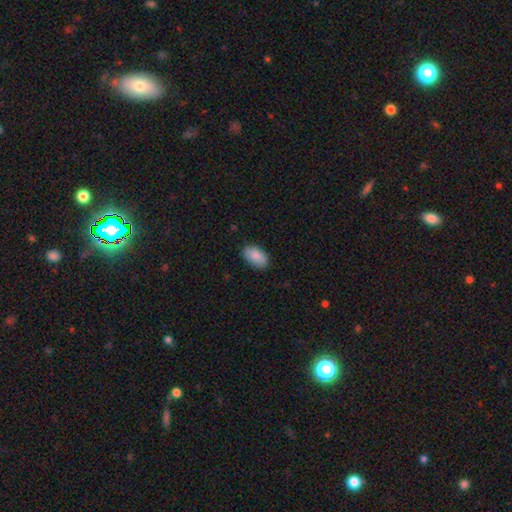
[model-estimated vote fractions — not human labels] This is clearly a smooth galaxy (89%). How rounded: clearly in between (94%). Merging: clearly none (85%).